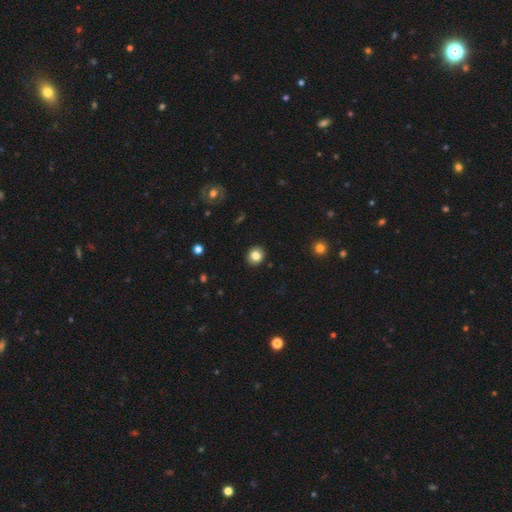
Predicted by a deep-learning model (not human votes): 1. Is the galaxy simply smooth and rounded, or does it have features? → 82% smooth, 10% star or artifact, 8% featured or disk.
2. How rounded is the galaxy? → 82% round, 17% in between, 1% cigar-shaped.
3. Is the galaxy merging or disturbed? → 92% none, 6% minor disturbance, 2% major disturbance, 1% merger.